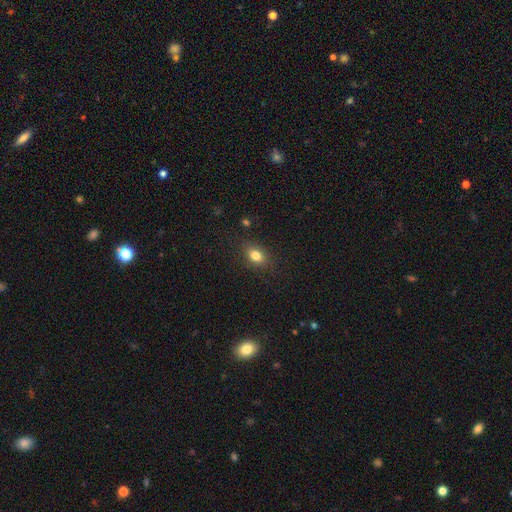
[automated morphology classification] smooth-or-featured: smooth: 80% | star or artifact: 11% | featured or disk: 9%
  how-rounded: in between: 72% | round: 26% | cigar-shaped: 2%
  merging: none: 84% | minor disturbance: 11% | major disturbance: 3% | merger: 1%